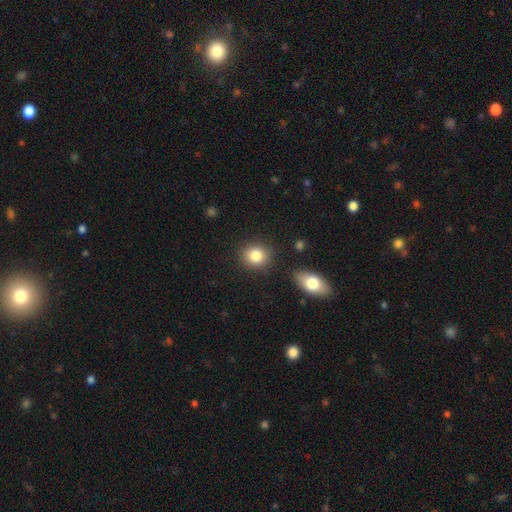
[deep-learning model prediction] This appears to be a smooth galaxy with no disk features (83%) that is round (79%). Merging: none (85%).